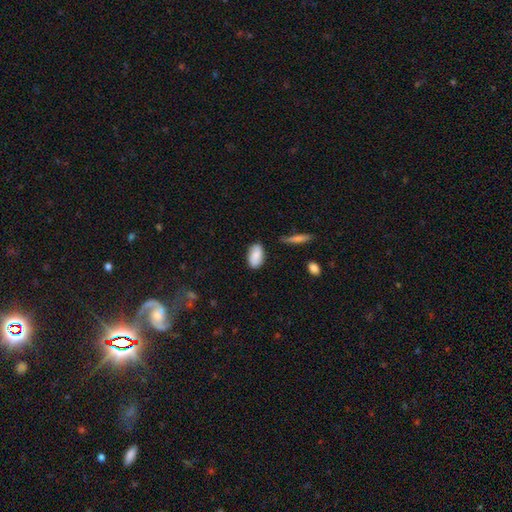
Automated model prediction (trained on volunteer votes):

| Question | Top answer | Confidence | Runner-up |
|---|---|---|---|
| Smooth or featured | smooth | 82% | featured or disk (11%) |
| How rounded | in between | 93% | round (4%) |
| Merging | none | 79% | minor disturbance (16%) |